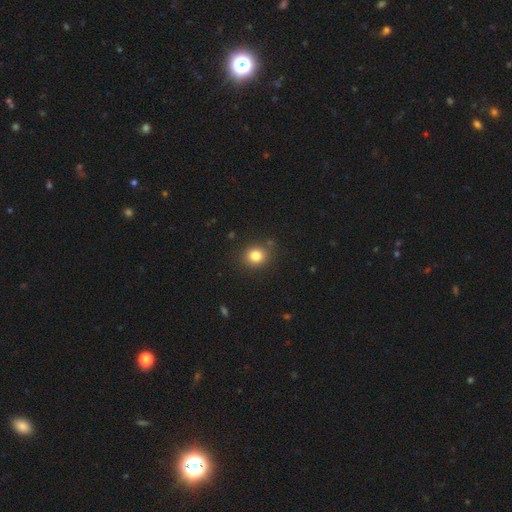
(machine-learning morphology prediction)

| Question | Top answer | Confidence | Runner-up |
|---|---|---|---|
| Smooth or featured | smooth | 81% | star or artifact (12%) |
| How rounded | round | 79% | in between (20%) |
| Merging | none | 86% | minor disturbance (9%) |